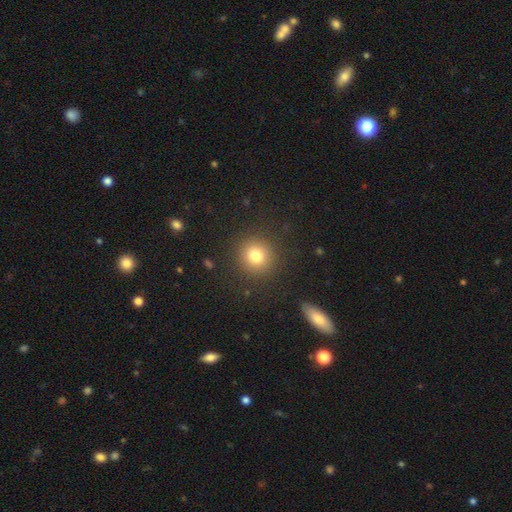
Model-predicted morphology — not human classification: A smooth galaxy with no disk features (79%) that is round (92%). Merging: none (89%).